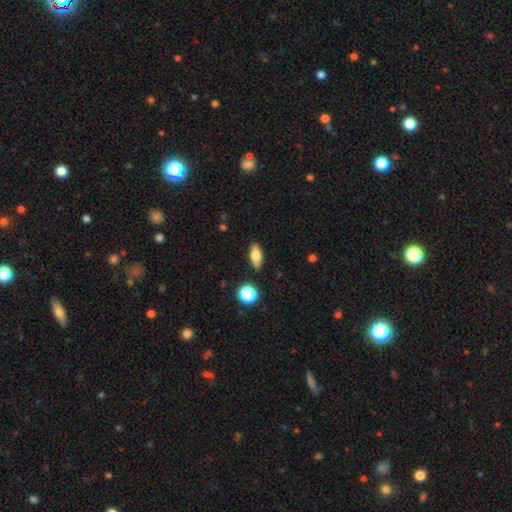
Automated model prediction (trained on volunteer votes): Overall: smooth (67%). How rounded: in between (72%). Merging: none (87%).